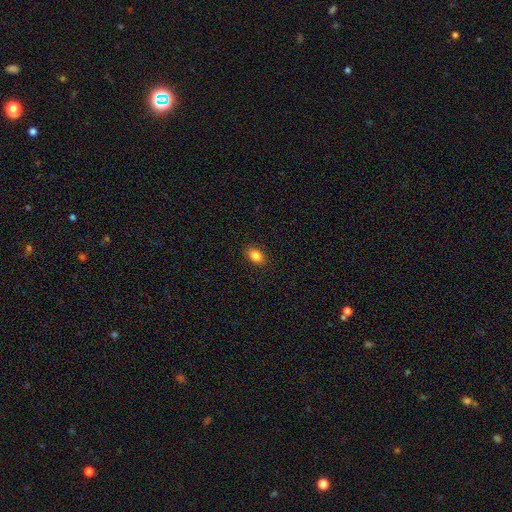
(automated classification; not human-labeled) smooth-or-featured: smooth: 84% | star or artifact: 9% | featured or disk: 7%
  how-rounded: in between: 79% | round: 19% | cigar-shaped: 2%
  merging: none: 89% | minor disturbance: 8% | major disturbance: 2% | merger: 1%